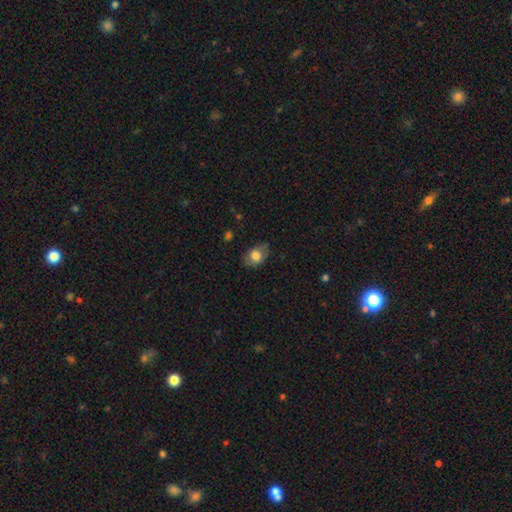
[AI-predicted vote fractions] smooth_or_featured: smooth (p=0.74) [alt: featured or disk p=0.19]
how_rounded: in between (p=0.77) [alt: round p=0.22]
merging: none (p=0.70) [alt: minor disturbance p=0.22]